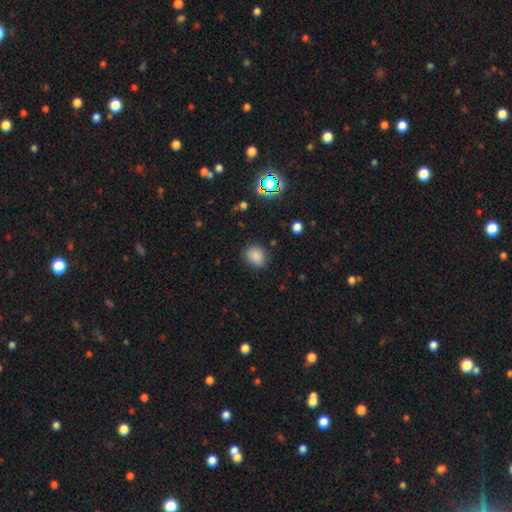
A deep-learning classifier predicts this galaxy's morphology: A smooth galaxy with no disk features (83%) that is round (59%). Merging: none (82%).